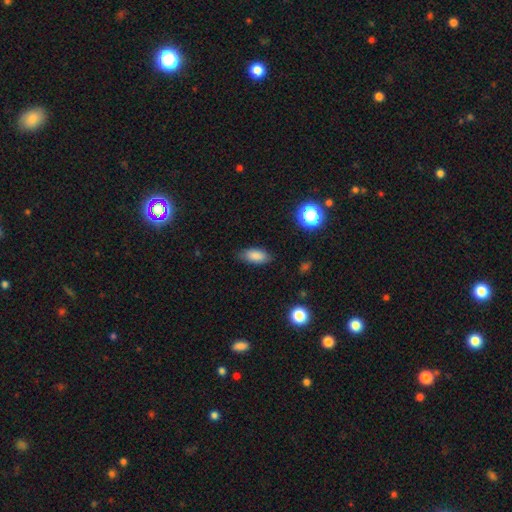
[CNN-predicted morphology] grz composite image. It shows a smooth galaxy with no disk features (85%) that is in between round and cigar-shaped (87%). Merging: none (83%).